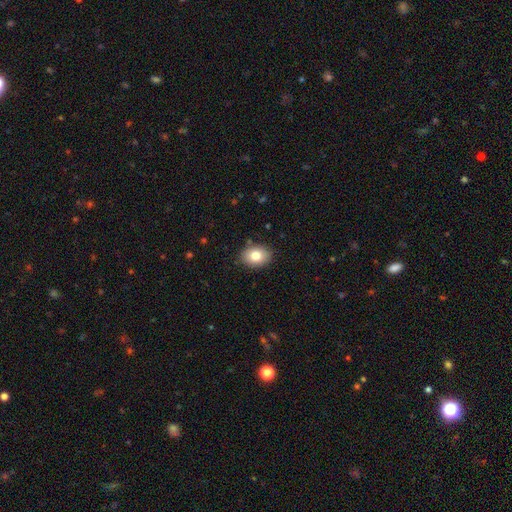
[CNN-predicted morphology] smooth 81%, featured or disk 10%, star or artifact 9%. Down the decision tree: how rounded — in between (64%); merging — none (87%).